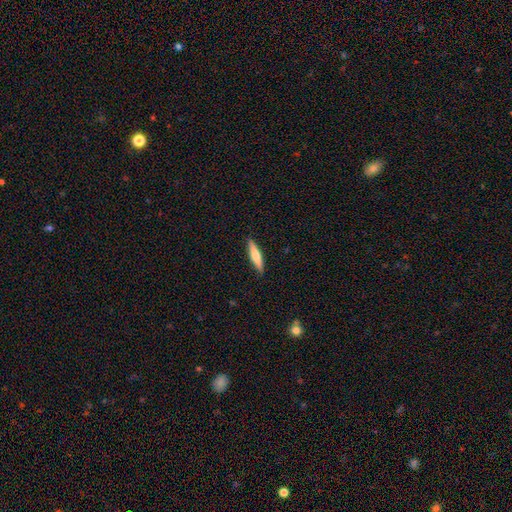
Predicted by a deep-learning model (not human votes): smooth_or_featured: smooth (p=0.56) [alt: featured or disk p=0.38]
how_rounded: cigar-shaped (p=0.84) [alt: in between p=0.15]
merging: none (p=0.90) [alt: minor disturbance p=0.07]